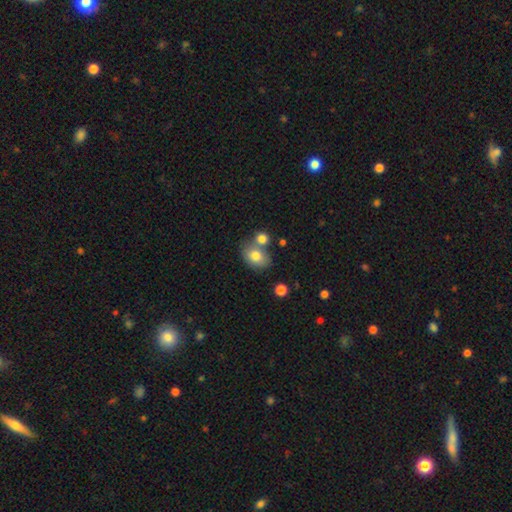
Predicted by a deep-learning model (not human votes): Smooth or featured? Predicted: smooth (p=0.78). How rounded? Predicted: in between (p=0.70). Merging? Predicted: none (p=0.50).